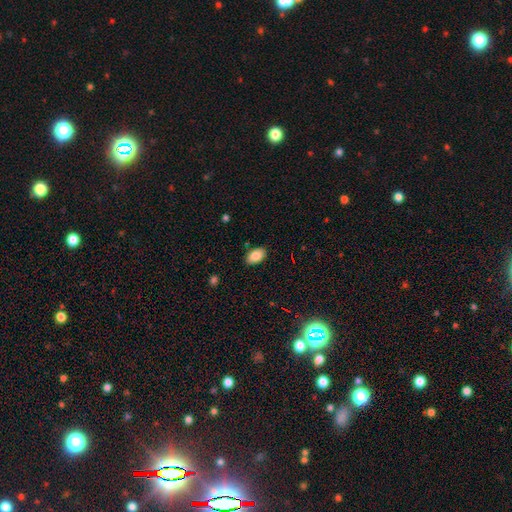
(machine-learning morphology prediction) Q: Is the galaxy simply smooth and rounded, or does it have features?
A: smooth — 85%.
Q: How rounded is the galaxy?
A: in between — 93%.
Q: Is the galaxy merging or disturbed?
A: none — 87%.